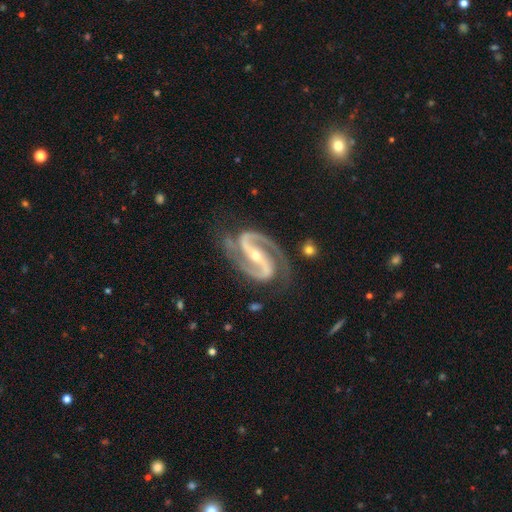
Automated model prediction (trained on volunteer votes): Smooth or featured?
  - featured or disk: 95% *
  - star or artifact: 3%
  - smooth: 2%
Edge-on disk?
  - no: 98% *
  - yes: 2%
Bar?
  - strong: 73% *
  - weak: 18%
  - no: 10%
Spiral arms?
  - yes: 99% *
  - no: 1%
Spiral winding?
  - medium: 61% *
  - tight: 27%
  - loose: 13%
Spiral arm count?
  - 2: 95% *
  - 3: 1%
  - can't tell: 1%
  - 1: 1%
  - 4: 1%
  - more than 4: 1%
Bulge size?
  - small: 62% *
  - moderate: 36%
  - large: 1%
  - none: 1%
  - dominant: 1%
Merging?
  - none: 81% *
  - minor disturbance: 13%
  - major disturbance: 4%
  - merger: 2%